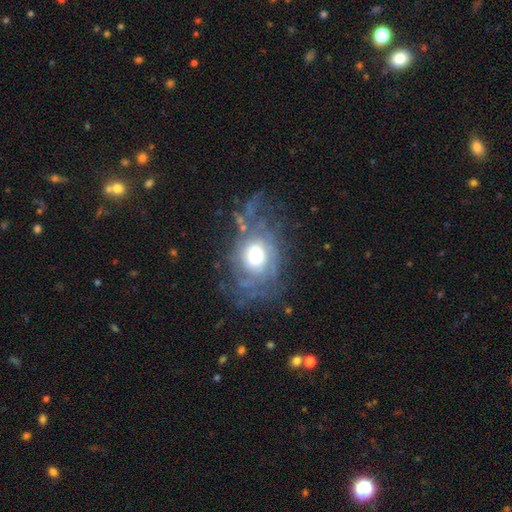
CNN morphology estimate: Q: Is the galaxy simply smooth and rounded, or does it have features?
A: featured or disk — 69%.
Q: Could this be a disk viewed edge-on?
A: no — 95%.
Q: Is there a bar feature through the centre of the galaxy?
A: no — 78%.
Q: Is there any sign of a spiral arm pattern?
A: yes — 73%.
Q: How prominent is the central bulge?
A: moderate — 53%.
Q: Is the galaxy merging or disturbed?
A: none — 51%.